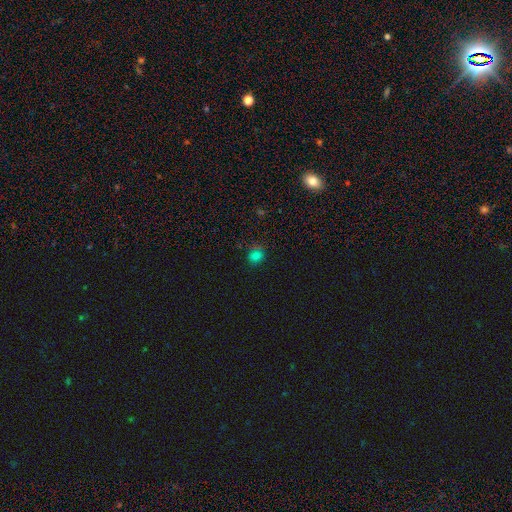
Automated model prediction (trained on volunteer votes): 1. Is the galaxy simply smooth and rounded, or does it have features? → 74% smooth, 21% star or artifact, 6% featured or disk.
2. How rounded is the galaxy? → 70% round, 29% in between, 1% cigar-shaped.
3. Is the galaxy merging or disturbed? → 74% none, 19% minor disturbance, 5% major disturbance, 2% merger.